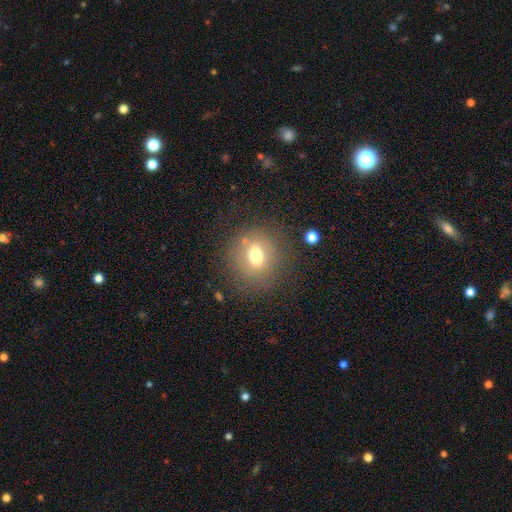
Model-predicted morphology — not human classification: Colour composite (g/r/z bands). It shows a smooth galaxy with no disk features (69%) that is round (77%). Merging: none (77%).